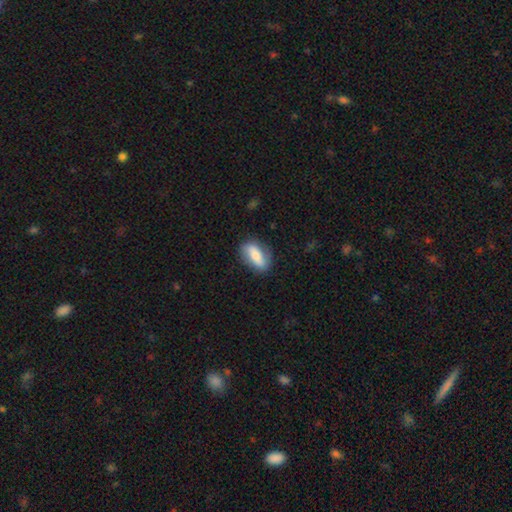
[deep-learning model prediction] smooth 59%, featured or disk 35%, star or artifact 6%. Down the decision tree: how rounded — in between (82%); merging — none (81%).